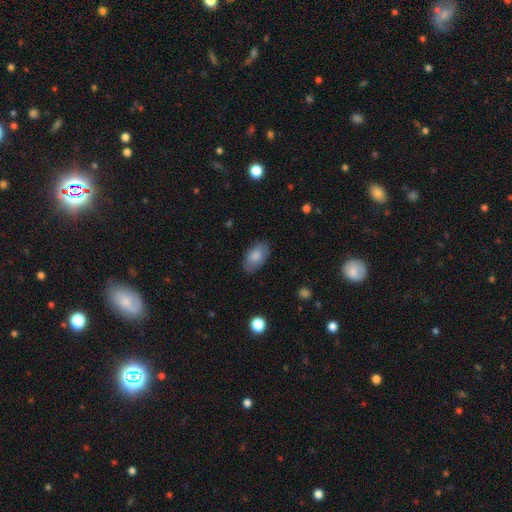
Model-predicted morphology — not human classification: Smooth or featured?
  - smooth: 82% *
  - featured or disk: 12%
  - star or artifact: 7%
How rounded?
  - in between: 94% *
  - round: 4%
  - cigar-shaped: 2%
Merging?
  - none: 81% *
  - minor disturbance: 15%
  - major disturbance: 3%
  - merger: 1%